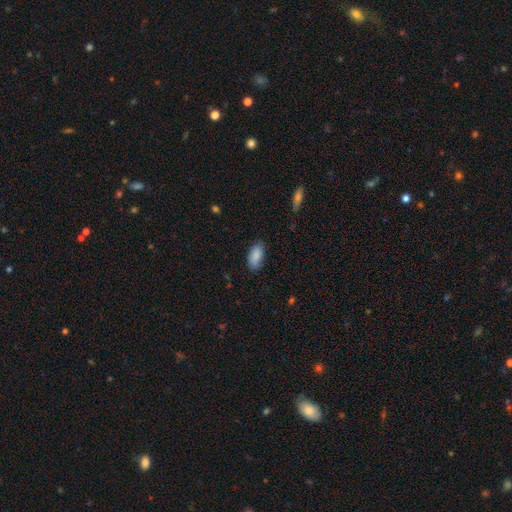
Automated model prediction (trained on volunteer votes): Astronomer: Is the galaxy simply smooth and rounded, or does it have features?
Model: smooth — 88%.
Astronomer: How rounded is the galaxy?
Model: in between — 93%.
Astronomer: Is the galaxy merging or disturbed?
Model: none — 83%.